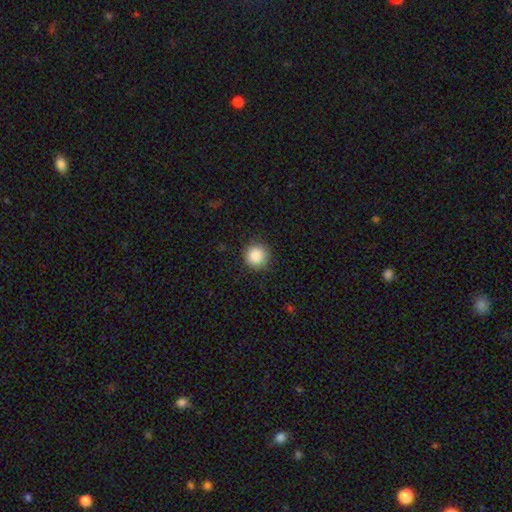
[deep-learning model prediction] This is clearly a smooth galaxy (88%). How rounded: clearly round (95%). Merging: clearly none (89%).